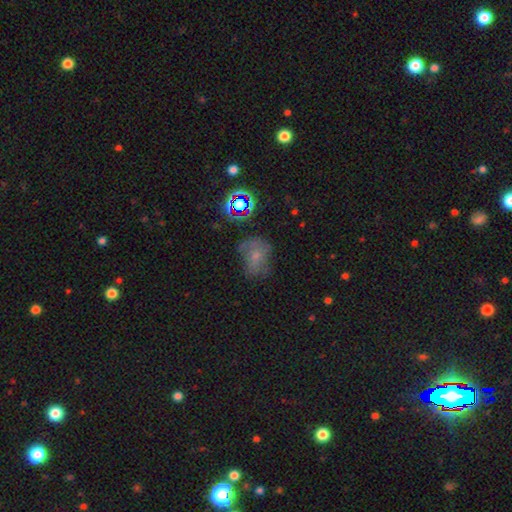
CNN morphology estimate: The model was most divided on "smooth or featured": smooth: 44%, featured or disk: 30%, star or artifact: 26%. Remaining: merging — none (43%).